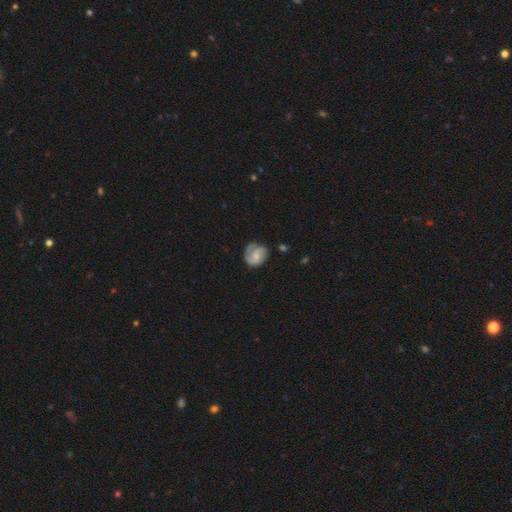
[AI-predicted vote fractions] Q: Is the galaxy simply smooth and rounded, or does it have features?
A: featured or disk — 60%.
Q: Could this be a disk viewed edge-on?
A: no — 98%.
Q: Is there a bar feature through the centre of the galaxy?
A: no — 63%.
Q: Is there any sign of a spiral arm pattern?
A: yes — 87%.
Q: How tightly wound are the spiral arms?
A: tight — 47%.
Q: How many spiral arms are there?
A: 2 — 42%.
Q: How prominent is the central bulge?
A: small — 52%.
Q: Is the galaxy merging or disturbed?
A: none — 55%.